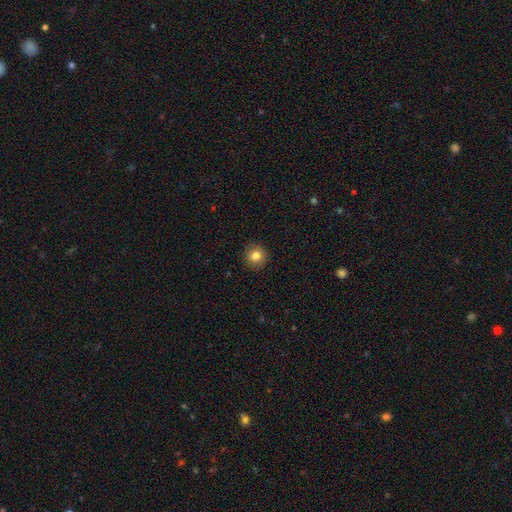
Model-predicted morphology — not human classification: smooth_or_featured: smooth (p=0.82) [alt: star or artifact p=0.10]
how_rounded: round (p=0.93) [alt: in between p=0.06]
merging: none (p=0.91) [alt: minor disturbance p=0.06]